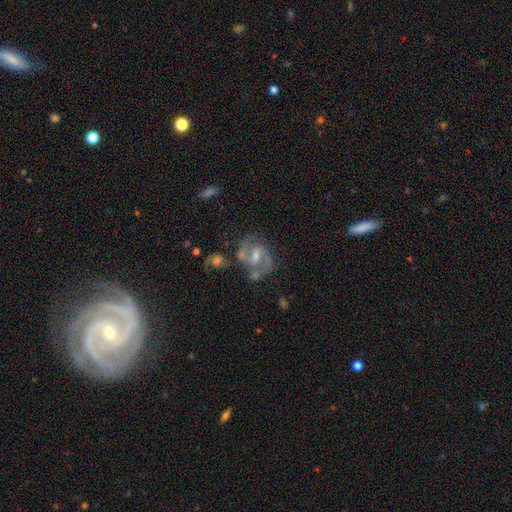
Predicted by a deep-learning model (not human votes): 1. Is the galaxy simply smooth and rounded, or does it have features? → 85% featured or disk, 8% smooth, 7% star or artifact.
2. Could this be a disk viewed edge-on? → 97% no, 3% yes.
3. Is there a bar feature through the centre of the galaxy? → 51% weak, 31% strong, 18% no.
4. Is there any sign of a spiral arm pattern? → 95% yes, 5% no.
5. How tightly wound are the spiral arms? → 60% medium, 20% tight, 20% loose.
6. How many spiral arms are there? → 90% 2, 4% can't tell, 2% 3, 2% 1, 1% 4, 1% more than 4.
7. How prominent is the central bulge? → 49% moderate, 41% small, 6% none, 4% large, 1% dominant.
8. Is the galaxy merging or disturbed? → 64% none, 16% minor disturbance, 12% merger, 8% major disturbance.